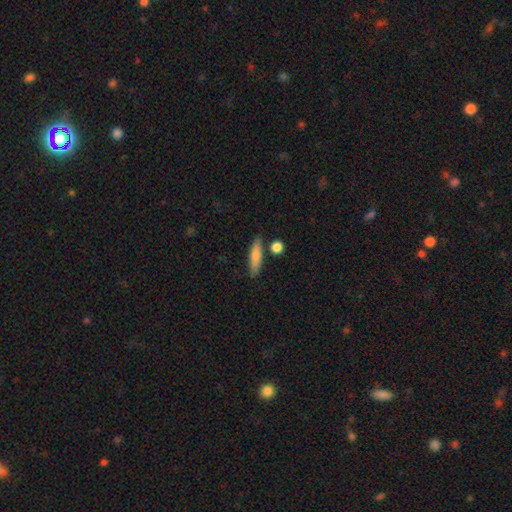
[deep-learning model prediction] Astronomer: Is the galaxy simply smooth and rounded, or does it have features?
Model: smooth — 78%.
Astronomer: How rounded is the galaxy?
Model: cigar-shaped — 70%.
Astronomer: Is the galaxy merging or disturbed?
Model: none — 78%.